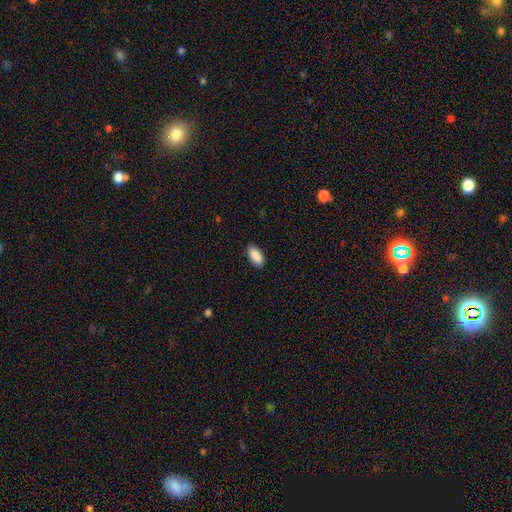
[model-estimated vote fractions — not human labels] Morphology: type=smooth (91%); roundness=in between (94%); merging=none (89%).